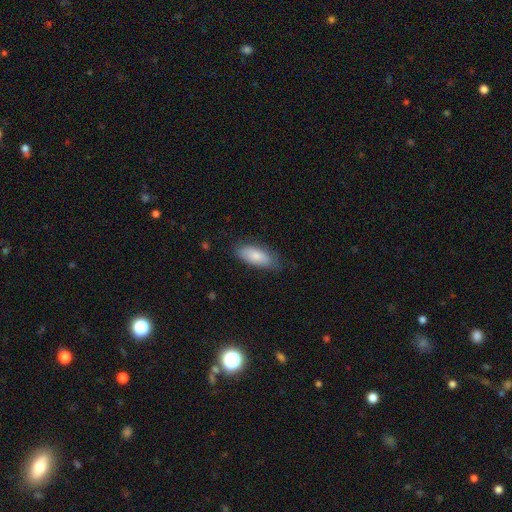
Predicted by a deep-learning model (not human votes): The model was most divided on "merging": none: 76%, minor disturbance: 19%, major disturbance: 4%, merger: 1%. More confident: how rounded — in between (81%); smooth or featured — smooth (80%).